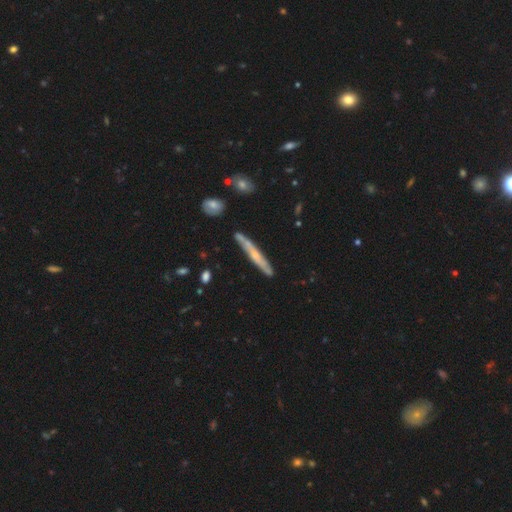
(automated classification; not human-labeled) Smooth or featured? featured or disk (56%)
Edge-on disk? yes (89%)
Edge-on bulge? rounded (48%)
Merging? none (79%)